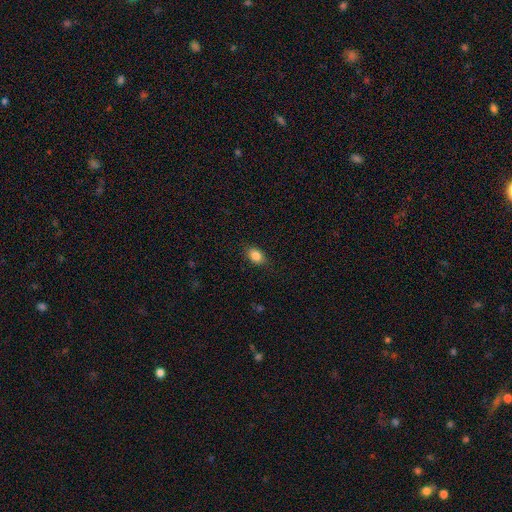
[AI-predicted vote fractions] smooth 86%, star or artifact 9%, featured or disk 6%. Down the decision tree: how rounded — in between (76%); merging — none (85%).